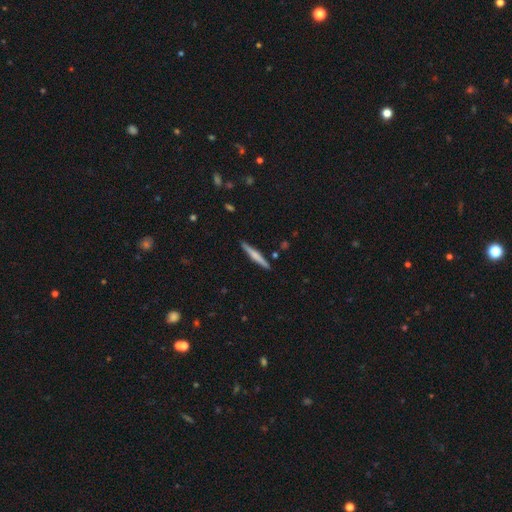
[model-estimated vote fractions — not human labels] Morphology: type=featured or disk (49%); merging=none (91%).